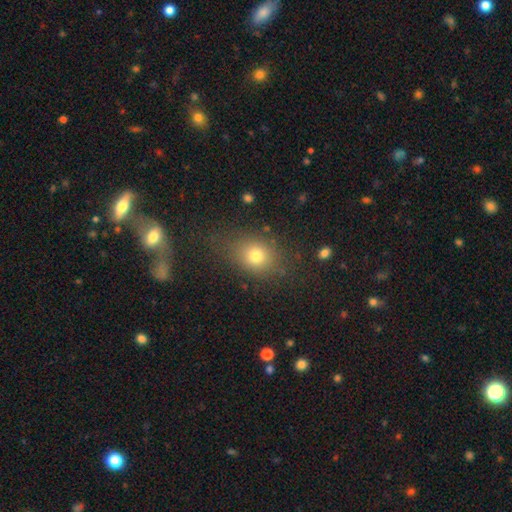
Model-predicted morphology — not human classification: Overall: smooth (75%). How rounded: round (52%; in between 46%). Merging: none (72%).